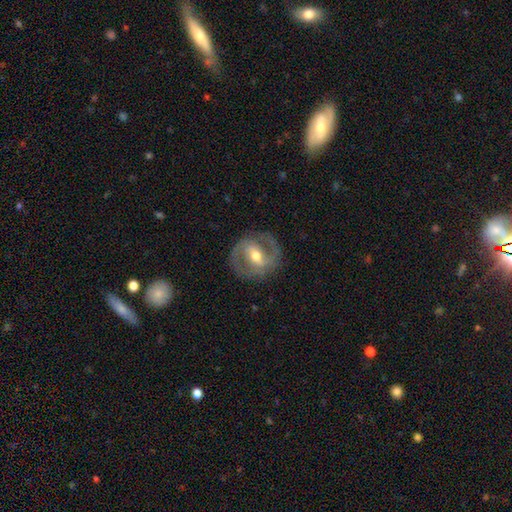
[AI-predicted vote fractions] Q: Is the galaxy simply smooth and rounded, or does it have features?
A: featured or disk — 82%.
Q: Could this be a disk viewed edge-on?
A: no — 96%.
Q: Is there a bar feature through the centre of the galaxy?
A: weak — 41%.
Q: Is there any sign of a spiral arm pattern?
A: yes — 86%.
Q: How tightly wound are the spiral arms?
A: medium — 52%.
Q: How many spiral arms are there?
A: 2 — 89%.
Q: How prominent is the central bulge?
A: moderate — 71%.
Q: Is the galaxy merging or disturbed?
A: none — 82%.